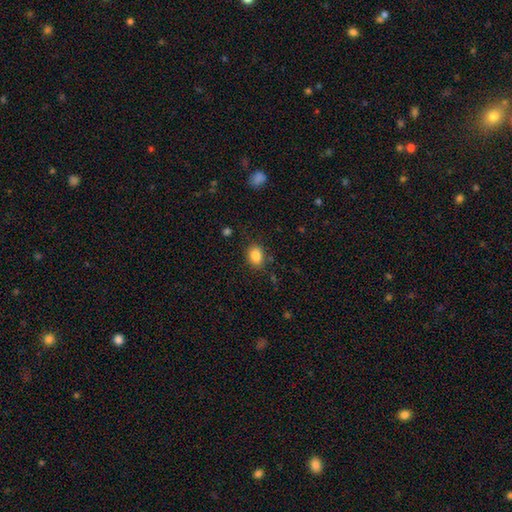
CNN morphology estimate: Smooth or featured? Predicted: smooth (p=0.85). How rounded? Predicted: in between (p=0.58). Merging? Predicted: none (p=0.83).